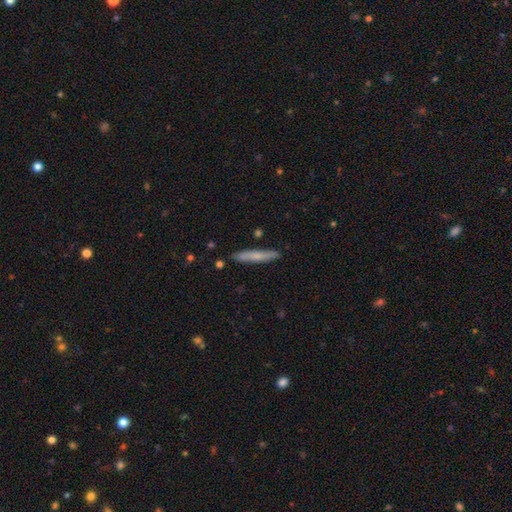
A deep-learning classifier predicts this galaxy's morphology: smooth 65%, featured or disk 28%, star or artifact 6%. Down the decision tree: how rounded — cigar-shaped (94%); merging — none (88%).